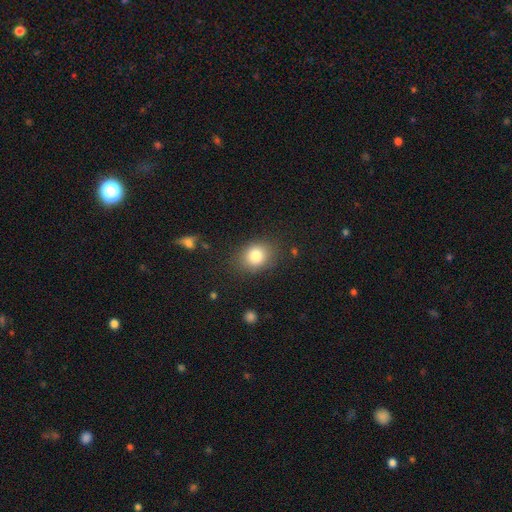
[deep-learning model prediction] This is clearly a smooth galaxy (82%). How rounded: possibly round (56%). Merging: clearly none (82%).